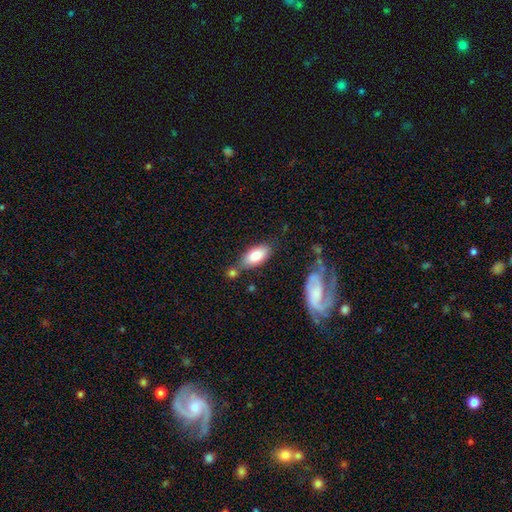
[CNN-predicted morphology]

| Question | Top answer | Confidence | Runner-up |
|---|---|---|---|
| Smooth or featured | smooth | 82% | featured or disk (12%) |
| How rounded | in between | 90% | cigar-shaped (7%) |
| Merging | none | 62% | minor disturbance (19%) |